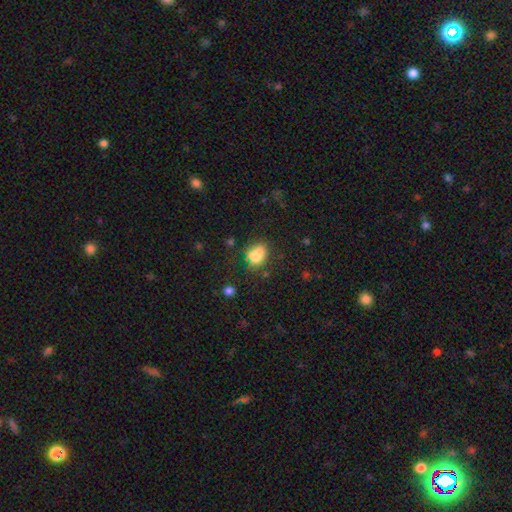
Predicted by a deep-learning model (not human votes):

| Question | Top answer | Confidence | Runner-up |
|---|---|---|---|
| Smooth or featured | smooth | 76% | featured or disk (12%) |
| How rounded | in between | 62% | round (37%) |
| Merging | none | 54% | minor disturbance (25%) |